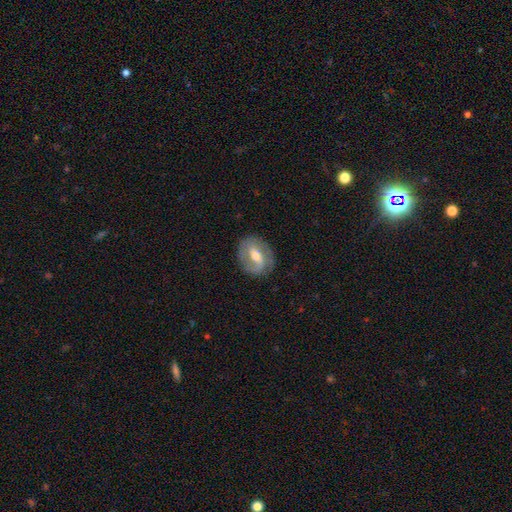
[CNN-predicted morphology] smooth-or-featured: featured or disk: 73% | smooth: 21% | star or artifact: 6%
  disk-edge-on: no: 95% | yes: 5%
    bar: weak: 44% | strong: 38% | no: 18%
    has-spiral-arms: yes: 82% | no: 18%
      spiral-winding: medium: 43% | tight: 34% | loose: 23%
      spiral-arm-count: 2: 75% | can't tell: 11% | 1: 10% | 3: 2% | 4: 1% | more than 4: 1%
    bulge-size: moderate: 63% | small: 29% | large: 5% | none: 1% | dominant: 1%
  merging: none: 79% | minor disturbance: 14% | major disturbance: 5% | merger: 1%